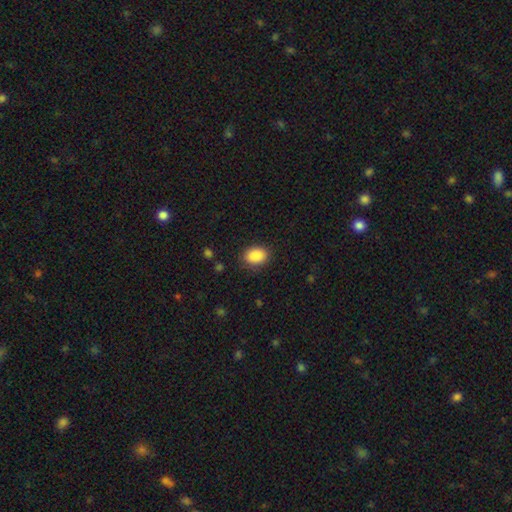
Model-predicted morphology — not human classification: A smooth galaxy with no disk features (89%) that is in between round and cigar-shaped (75%). Merging: none (85%).